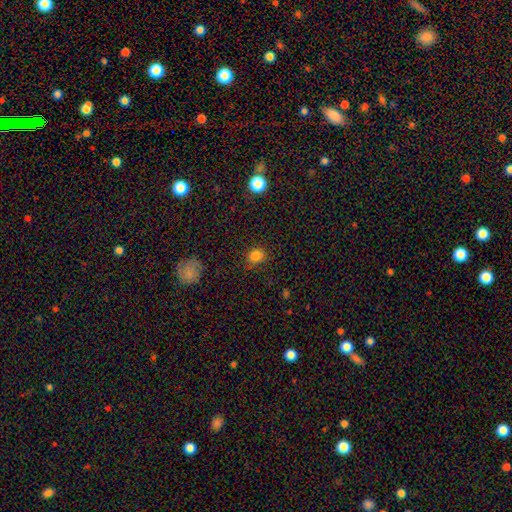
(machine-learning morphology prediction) Smooth or featured? Predicted: smooth (p=0.83). How rounded? Predicted: round (p=0.74). Merging? Predicted: none (p=0.81).